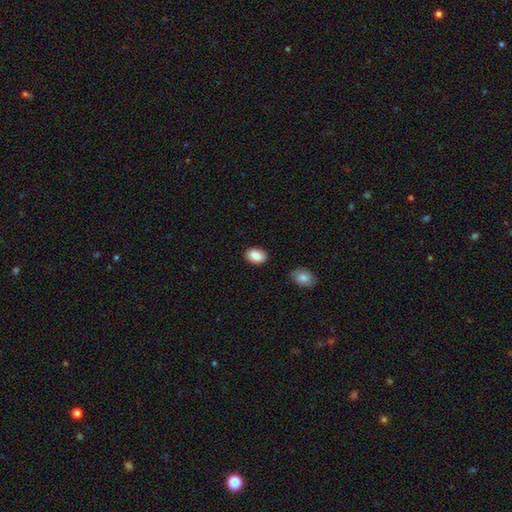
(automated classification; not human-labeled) This appears to be a smooth galaxy with no disk features (88%) that is in between round and cigar-shaped (86%). Merging: none (85%).